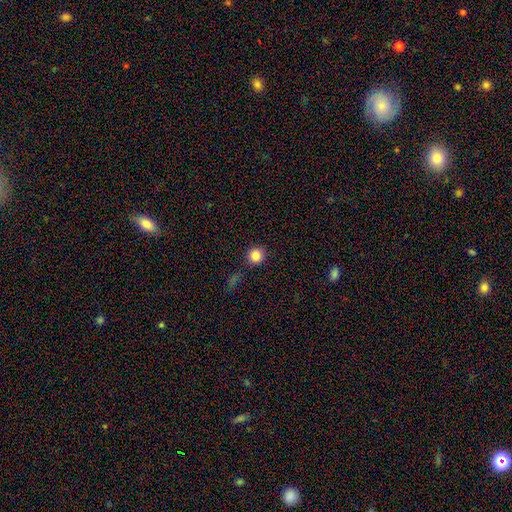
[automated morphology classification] Smooth or featured? Predicted: smooth (p=0.84). How rounded? Predicted: round (p=0.94). Merging? Predicted: none (p=0.88).